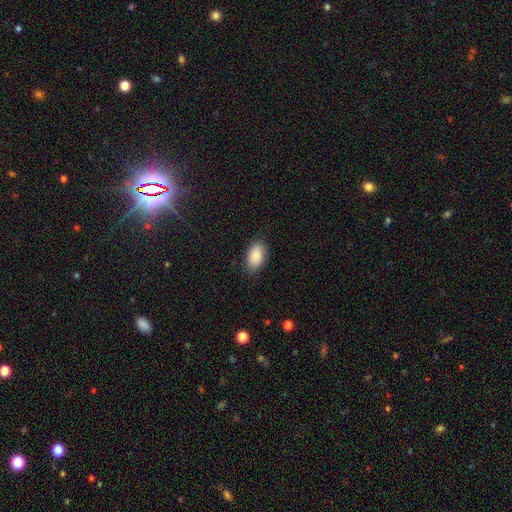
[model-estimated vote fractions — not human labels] This appears to be a smooth galaxy with no disk features (88%) that is in between round and cigar-shaped (93%). Merging: none (84%).